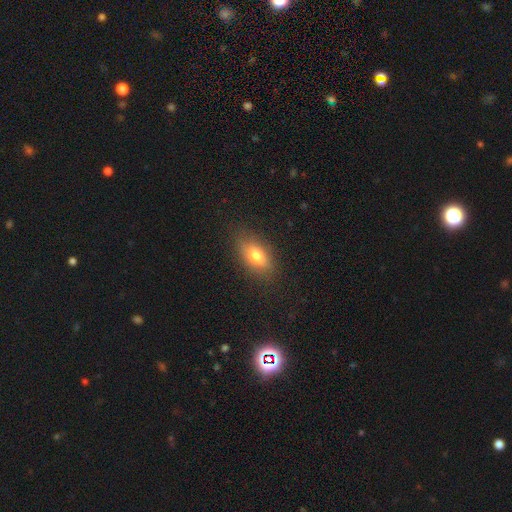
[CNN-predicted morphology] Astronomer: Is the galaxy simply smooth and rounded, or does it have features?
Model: smooth — 72%.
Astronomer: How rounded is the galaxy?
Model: in between — 83%.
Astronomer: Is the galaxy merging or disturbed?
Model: none — 82%.